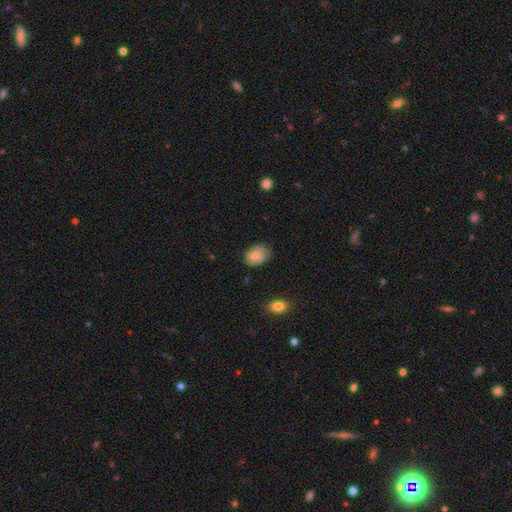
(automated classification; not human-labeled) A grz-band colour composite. It shows a smooth galaxy with no disk features (75%) that is in between round and cigar-shaped (70%). Merging: none (66%).